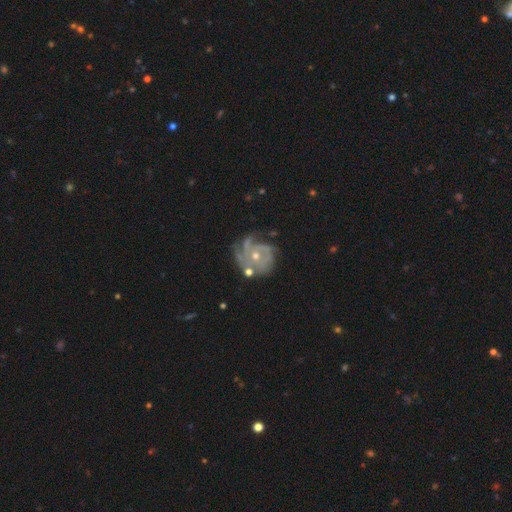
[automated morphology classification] Overall: featured or disk (86%). Edge-on disk: no (98%). Bar: no (77%). Spiral arms: yes (94%). Spiral arm count: 3 (32%; can't tell 25%). Spiral winding: tight (60%; medium 30%). Bulge size: small (49%; moderate 48%). Merging: none (55%; minor disturbance 23%).